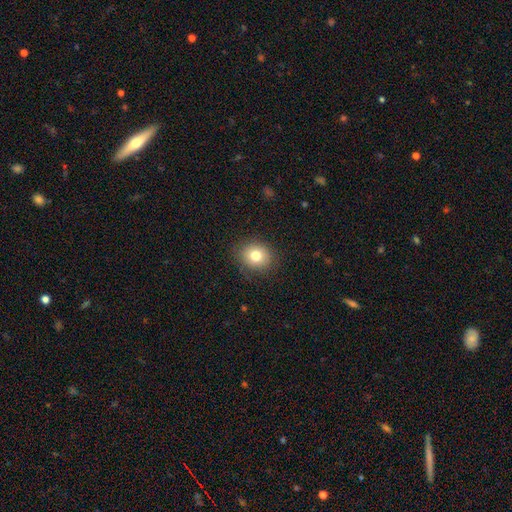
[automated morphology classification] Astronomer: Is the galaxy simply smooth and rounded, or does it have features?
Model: smooth — 79%.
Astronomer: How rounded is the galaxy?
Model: round — 73%.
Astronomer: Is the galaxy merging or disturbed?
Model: none — 87%.